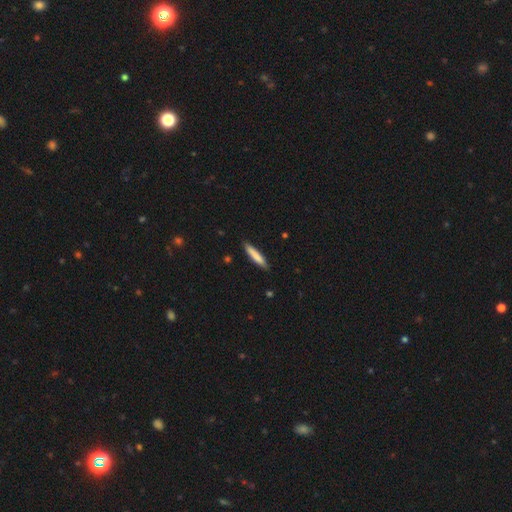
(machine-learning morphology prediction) Smooth or featured? smooth (81%)
How rounded? cigar-shaped (90%)
Merging? none (88%)